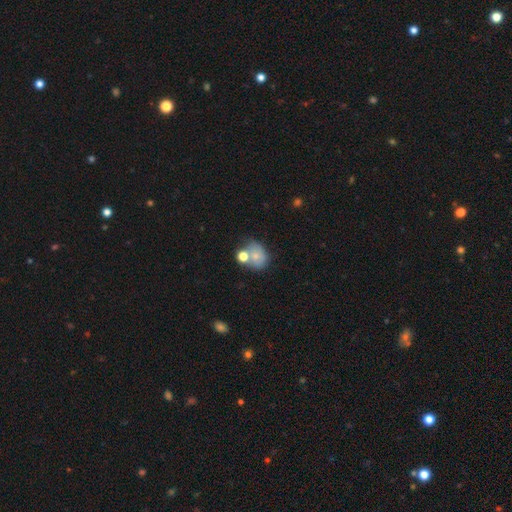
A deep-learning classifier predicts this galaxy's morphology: smooth_or_featured: smooth (p=0.68) [alt: featured or disk p=0.21]
how_rounded: round (p=0.57) [alt: in between p=0.42]
merging: none (p=0.39) [alt: merger p=0.33]